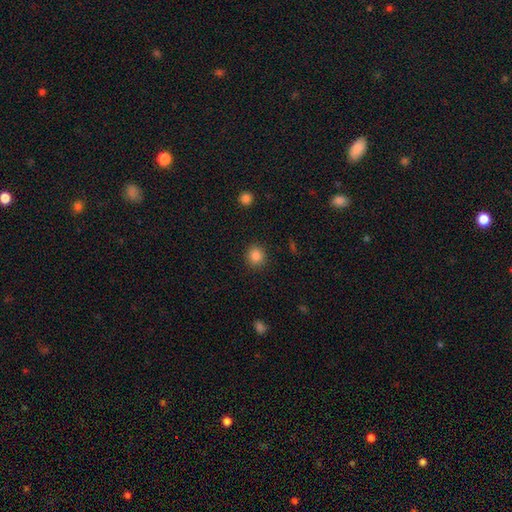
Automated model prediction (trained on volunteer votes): Smooth or featured?
  - smooth: 85% *
  - star or artifact: 11%
  - featured or disk: 4%
How rounded?
  - round: 89% *
  - in between: 10%
  - cigar-shaped: 1%
Merging?
  - none: 91% *
  - minor disturbance: 6%
  - major disturbance: 2%
  - merger: 1%